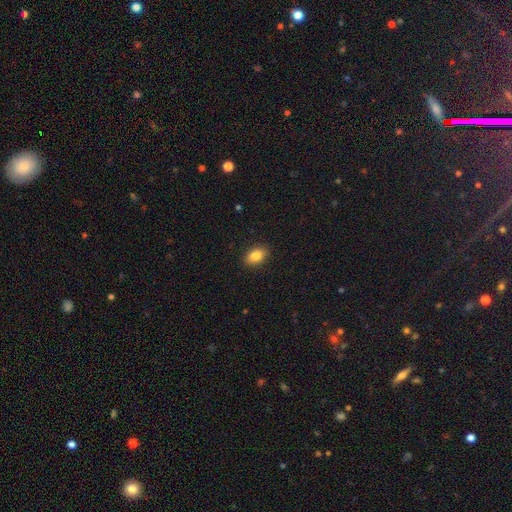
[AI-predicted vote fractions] Morphology: type=smooth (84%); roundness=in between (85%); merging=none (89%).